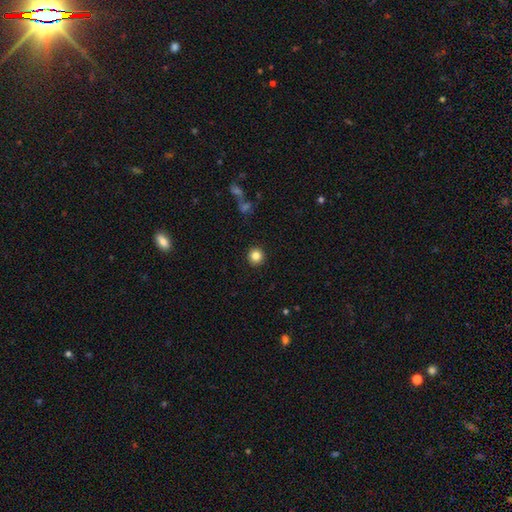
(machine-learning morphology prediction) A smooth galaxy with no disk features (84%) that is round (94%). Merging: none (92%).